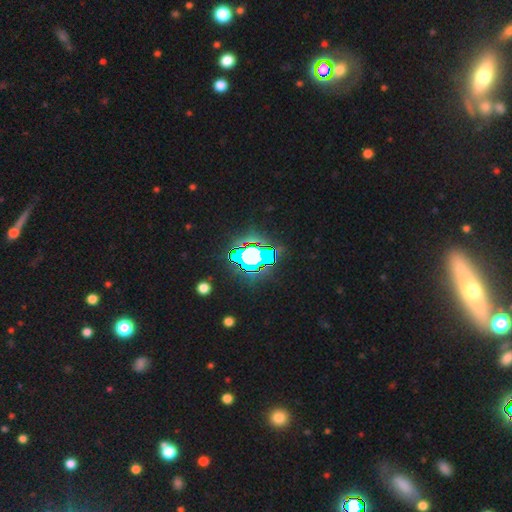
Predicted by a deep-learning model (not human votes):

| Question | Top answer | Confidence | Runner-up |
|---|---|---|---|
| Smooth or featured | star or artifact | 67% | smooth (17%) |